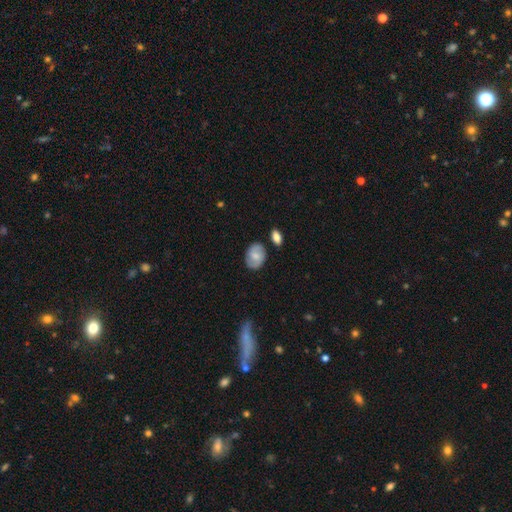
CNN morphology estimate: Smooth or featured? Predicted: smooth (p=0.62). How rounded? Predicted: in between (p=0.69). Merging? Predicted: none (p=0.78).